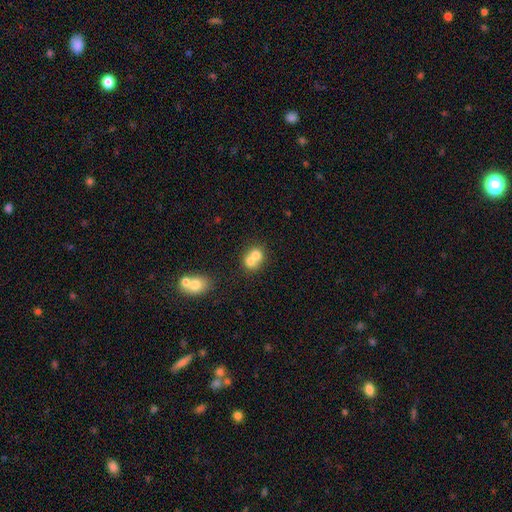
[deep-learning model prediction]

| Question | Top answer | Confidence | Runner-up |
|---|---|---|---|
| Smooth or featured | smooth | 69% | featured or disk (21%) |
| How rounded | round | 68% | in between (31%) |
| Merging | merger | 69% | none (23%) |